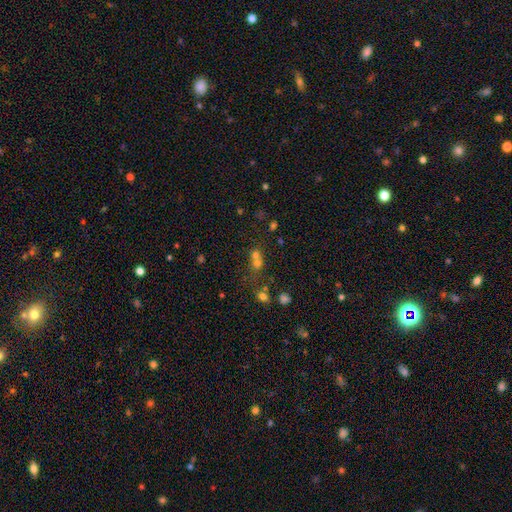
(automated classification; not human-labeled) Smooth or featured?
  - smooth: 59% *
  - star or artifact: 27%
  - featured or disk: 15%
How rounded?
  - round: 79% *
  - in between: 19%
  - cigar-shaped: 2%
Merging?
  - merger: 52% *
  - none: 38%
  - minor disturbance: 6%
  - major disturbance: 4%